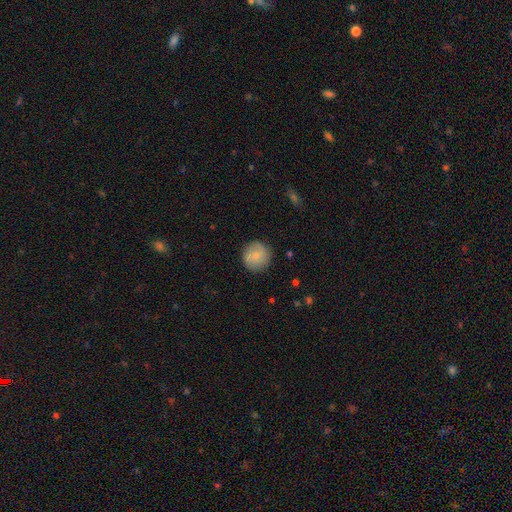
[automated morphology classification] Smooth or featured? Predicted: smooth (p=0.76). How rounded? Predicted: round (p=0.93). Merging? Predicted: none (p=0.86).